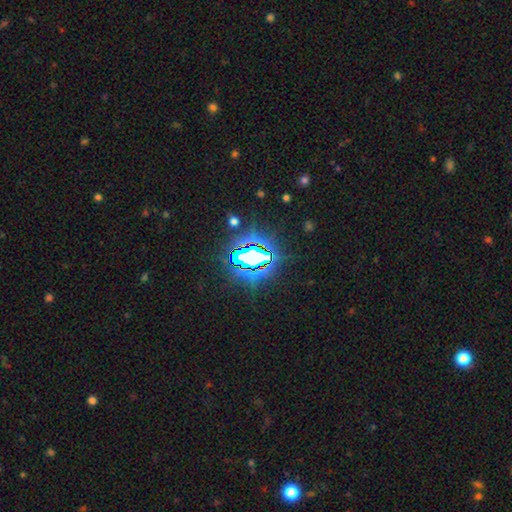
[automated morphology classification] Smooth or featured? star or artifact (75%)